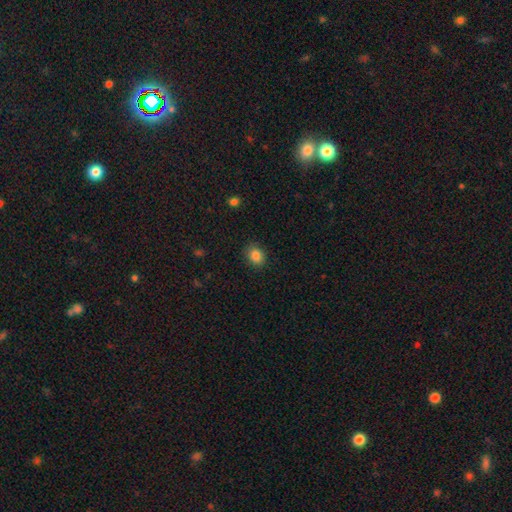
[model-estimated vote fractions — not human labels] Overall: smooth (85%). How rounded: round (52%; in between 47%). Merging: none (88%).